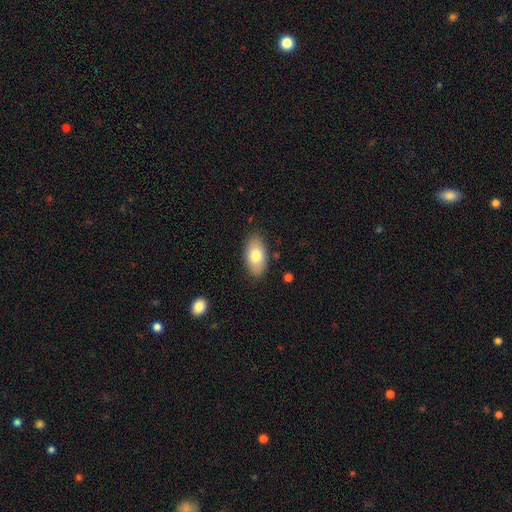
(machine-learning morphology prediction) This is likely a smooth galaxy (78%). How rounded: clearly in between (94%). Merging: clearly none (86%).